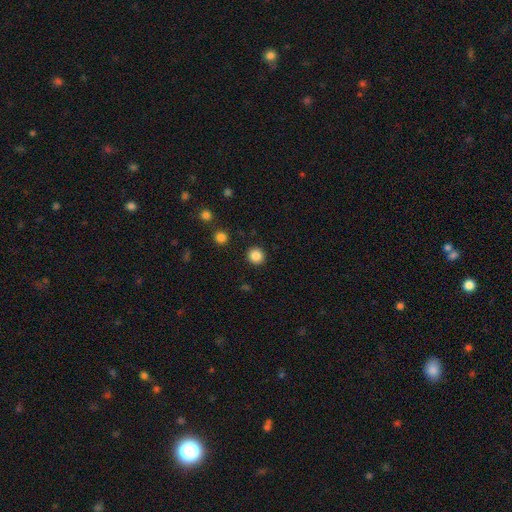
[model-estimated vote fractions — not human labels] A smooth galaxy with no disk features (86%) that is round (92%).

Vote fractions:
- Smooth or featured? smooth: 86% / star or artifact: 11% / featured or disk: 4%
- How rounded? round: 92% / in between: 7% / cigar-shaped: 1%
- Merging? none: 92% / minor disturbance: 5% / major disturbance: 2% / merger: 1%